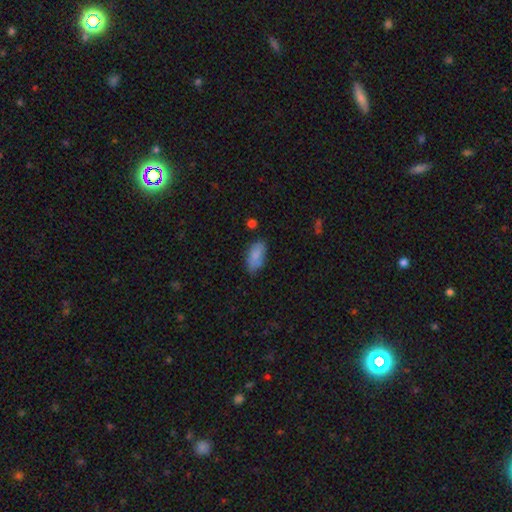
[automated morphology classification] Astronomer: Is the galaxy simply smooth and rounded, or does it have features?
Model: smooth — 83%.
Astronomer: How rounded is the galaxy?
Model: in between — 90%.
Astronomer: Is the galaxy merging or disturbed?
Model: none — 70%.